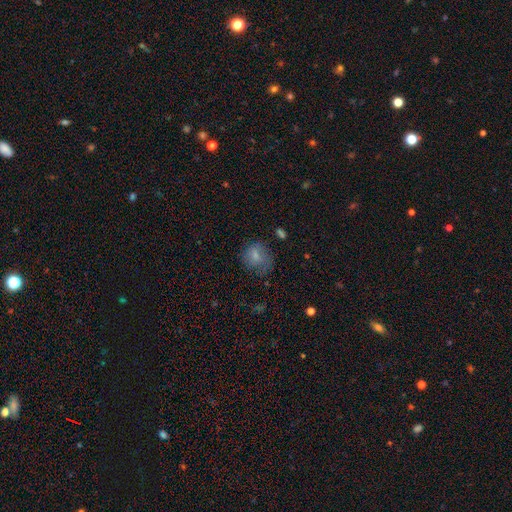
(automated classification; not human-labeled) This is likely a smooth galaxy (75%). How rounded: likely round (67%). Merging: possibly none (58%).